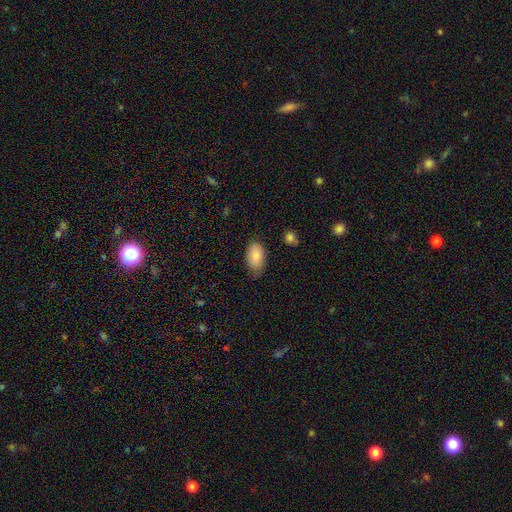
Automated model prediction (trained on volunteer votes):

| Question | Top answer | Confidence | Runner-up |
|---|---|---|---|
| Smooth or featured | smooth | 82% | featured or disk (11%) |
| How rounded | in between | 93% | round (6%) |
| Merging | none | 67% | minor disturbance (27%) |